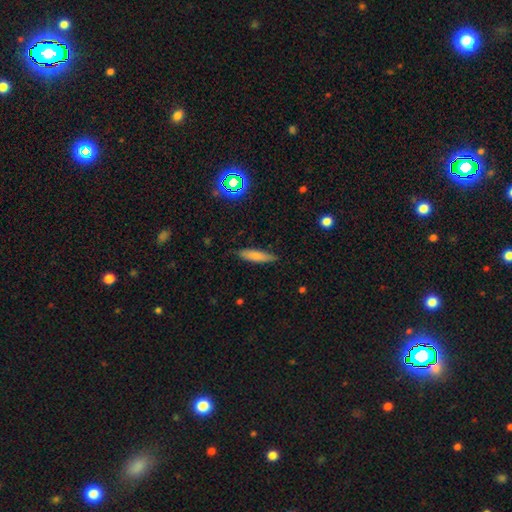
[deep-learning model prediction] This is likely a smooth galaxy (75%). How rounded: likely cigar-shaped (74%). Merging: clearly none (84%).